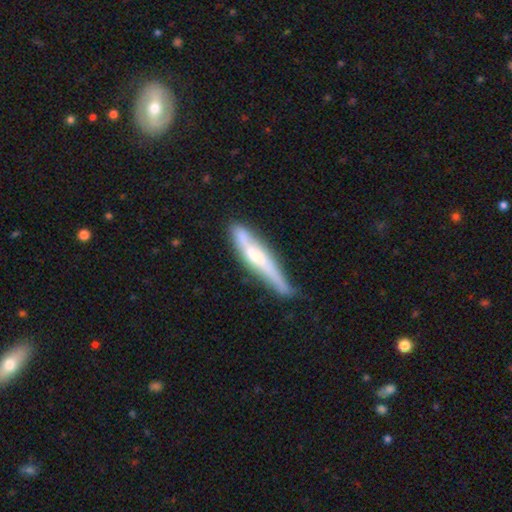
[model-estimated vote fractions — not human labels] smooth-or-featured: featured or disk: 55% | smooth: 40% | star or artifact: 6%
  disk-edge-on: yes: 78% | no: 22%
  merging: none: 55% | minor disturbance: 31% | major disturbance: 9% | merger: 5%